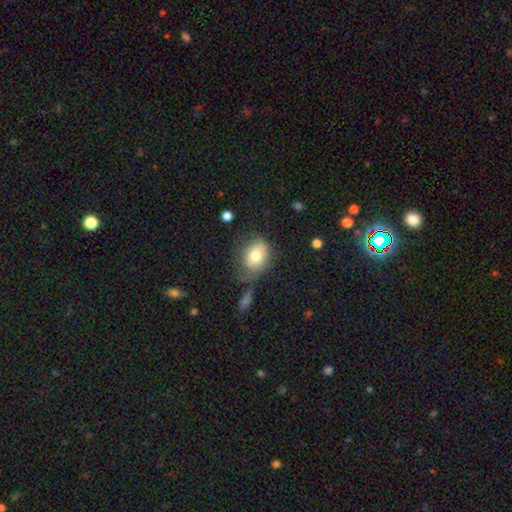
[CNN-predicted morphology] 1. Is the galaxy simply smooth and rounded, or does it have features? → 77% smooth, 15% featured or disk, 9% star or artifact.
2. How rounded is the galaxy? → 66% in between, 33% round, 1% cigar-shaped.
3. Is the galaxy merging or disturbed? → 50% none, 27% minor disturbance, 15% major disturbance, 8% merger.